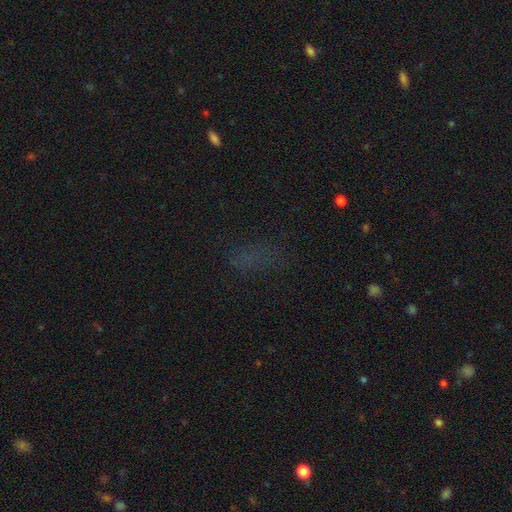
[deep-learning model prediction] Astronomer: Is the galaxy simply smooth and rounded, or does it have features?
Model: smooth — 43%, tied with star or artifact at 43%.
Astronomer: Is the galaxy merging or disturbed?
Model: none — 69%.